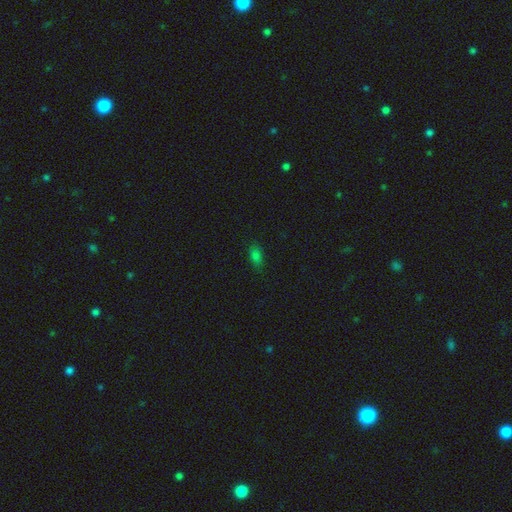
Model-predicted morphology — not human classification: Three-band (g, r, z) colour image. It shows a smooth galaxy with no disk features (79%) that is in between round and cigar-shaped (88%). Merging: none (82%).